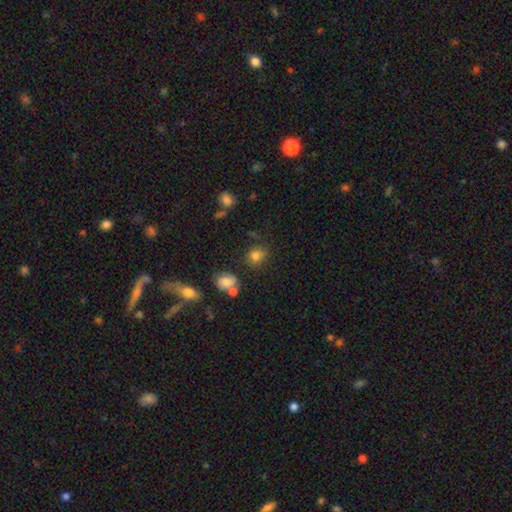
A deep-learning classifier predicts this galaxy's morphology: type=smooth (80%); roundness=round (72%); merging=none (69%).